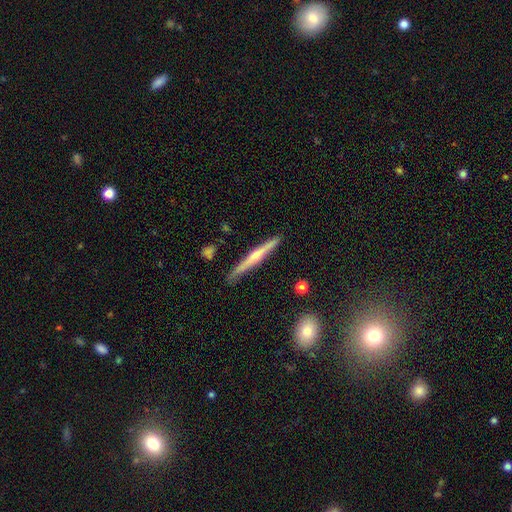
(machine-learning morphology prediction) Smooth or featured? featured or disk (71%)
Edge-on disk? yes (98%)
Edge-on bulge? rounded (79%)
Merging? none (89%)